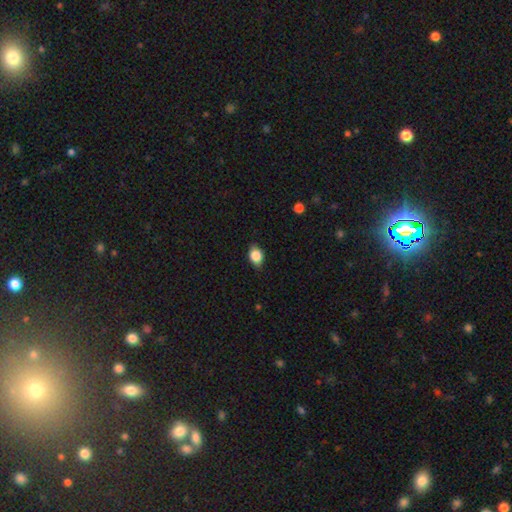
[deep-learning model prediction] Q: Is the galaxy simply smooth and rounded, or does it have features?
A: smooth — 84%.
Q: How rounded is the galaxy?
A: in between — 70%.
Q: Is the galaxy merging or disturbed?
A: none — 80%.